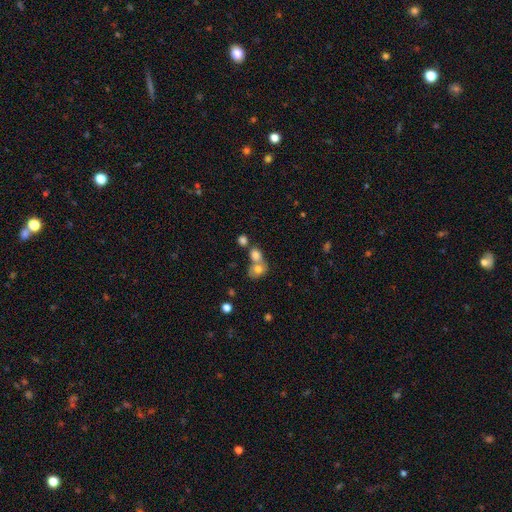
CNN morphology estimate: A smooth galaxy with no disk features (75%) that is round (63%).

Vote fractions:
- Smooth or featured? smooth: 75% / featured or disk: 14% / star or artifact: 11%
- How rounded? round: 63% / in between: 36% / cigar-shaped: 2%
- Merging? merger: 59% / none: 30% / minor disturbance: 7% / major disturbance: 4%